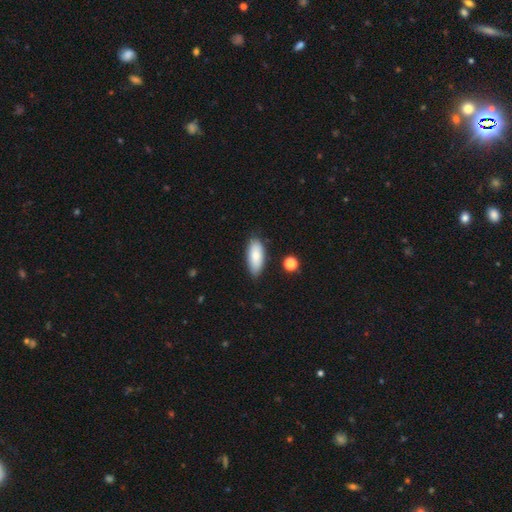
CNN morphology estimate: type=smooth (81%); roundness=in between (84%); merging=none (83%).